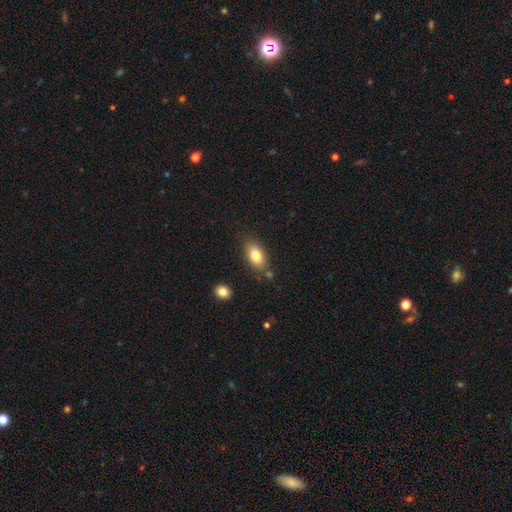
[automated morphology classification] Smooth or featured?
  - smooth: 79% *
  - featured or disk: 13%
  - star or artifact: 8%
How rounded?
  - in between: 88% *
  - cigar-shaped: 6%
  - round: 6%
Merging?
  - none: 76% *
  - minor disturbance: 15%
  - merger: 6%
  - major disturbance: 3%